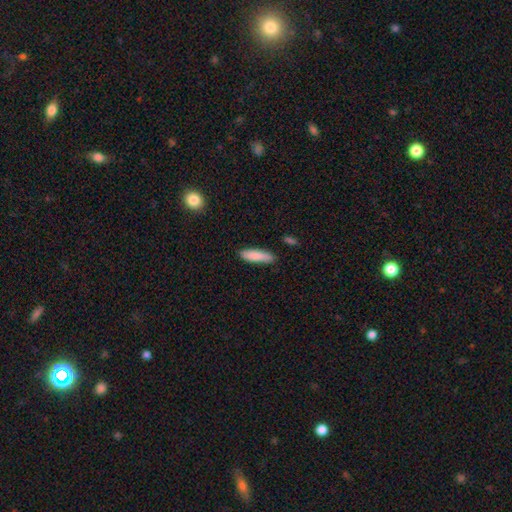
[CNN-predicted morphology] Overall: smooth (86%). How rounded: cigar-shaped (63%; in between 36%). Merging: none (84%).